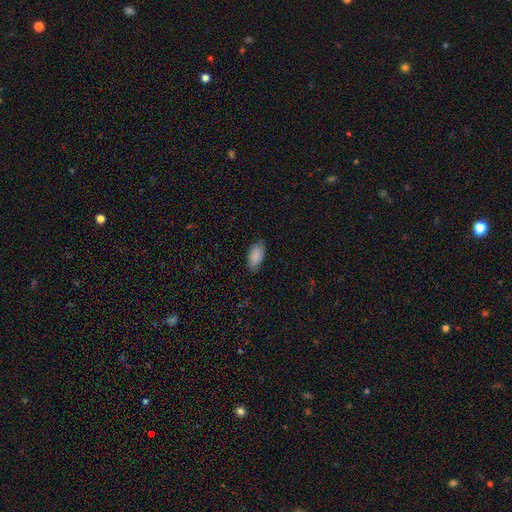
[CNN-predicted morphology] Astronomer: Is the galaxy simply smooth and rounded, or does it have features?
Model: smooth — 84%.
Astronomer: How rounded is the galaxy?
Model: in between — 93%.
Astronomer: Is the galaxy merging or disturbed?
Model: none — 78%.